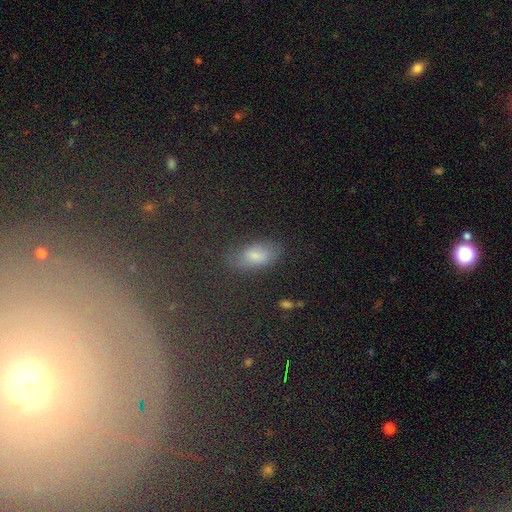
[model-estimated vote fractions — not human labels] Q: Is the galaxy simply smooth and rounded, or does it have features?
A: smooth — 73%.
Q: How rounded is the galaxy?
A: in between — 88%.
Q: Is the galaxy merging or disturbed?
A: none — 71%.